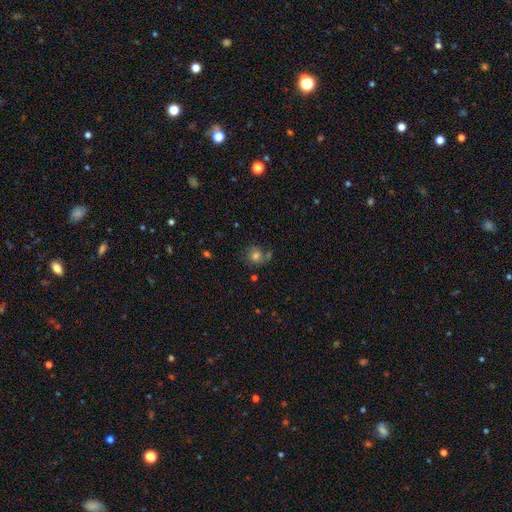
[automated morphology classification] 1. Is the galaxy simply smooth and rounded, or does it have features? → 68% smooth, 18% featured or disk, 13% star or artifact.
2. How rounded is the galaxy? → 76% round, 23% in between, 1% cigar-shaped.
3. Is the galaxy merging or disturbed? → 55% none, 19% minor disturbance, 16% merger, 10% major disturbance.